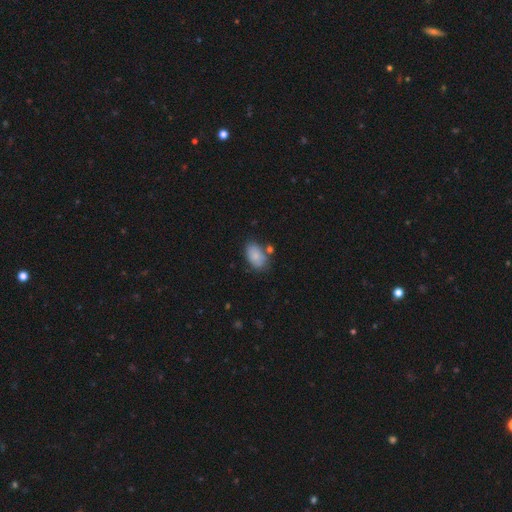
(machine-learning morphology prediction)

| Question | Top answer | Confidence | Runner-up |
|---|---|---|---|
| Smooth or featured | smooth | 81% | featured or disk (11%) |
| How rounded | in between | 90% | round (8%) |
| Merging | none | 63% | minor disturbance (20%) |